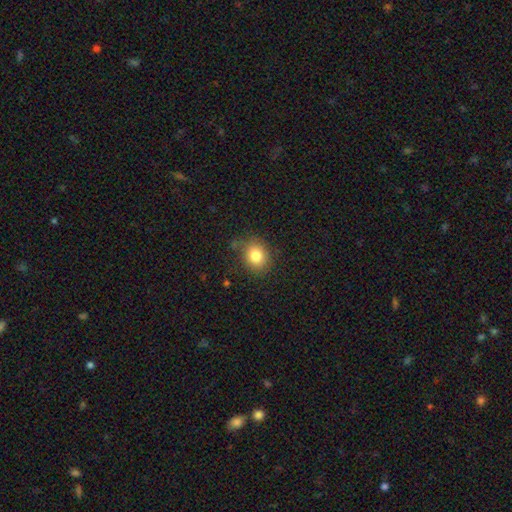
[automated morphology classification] Smooth or featured: smooth — 81% (star or artifact — 11%)
How rounded: round — 66% (in between — 33%)
Merging: none — 80% (minor disturbance — 14%)